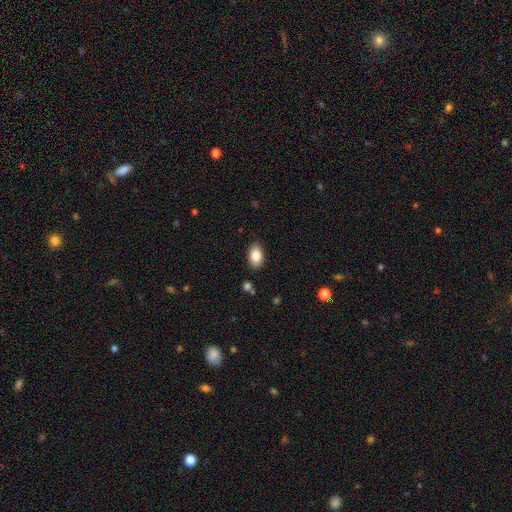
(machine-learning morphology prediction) Smooth or featured? smooth (86%)
How rounded? in between (92%)
Merging? none (87%)